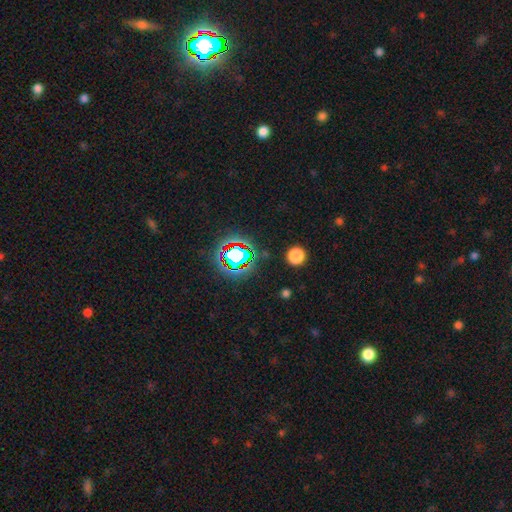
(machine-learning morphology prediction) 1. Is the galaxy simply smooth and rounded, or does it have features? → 79% star or artifact, 13% smooth, 8% featured or disk.